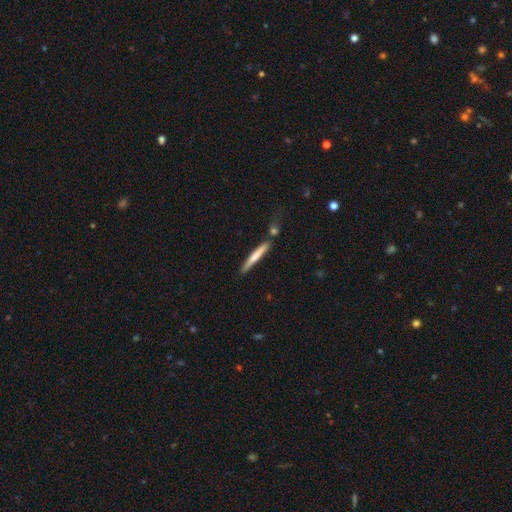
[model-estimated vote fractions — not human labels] A smooth galaxy with no disk features (63%) that is cigar-shaped (95%). Merging: none (76%).